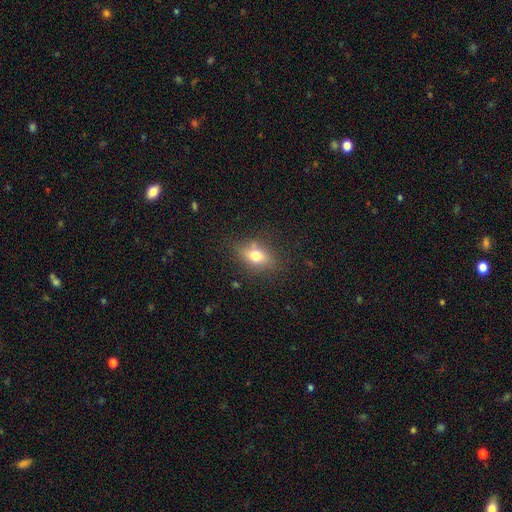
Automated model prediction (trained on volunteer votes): This appears to be a smooth galaxy with no disk features (69%) that is in between round and cigar-shaped (73%). Merging: none (77%).